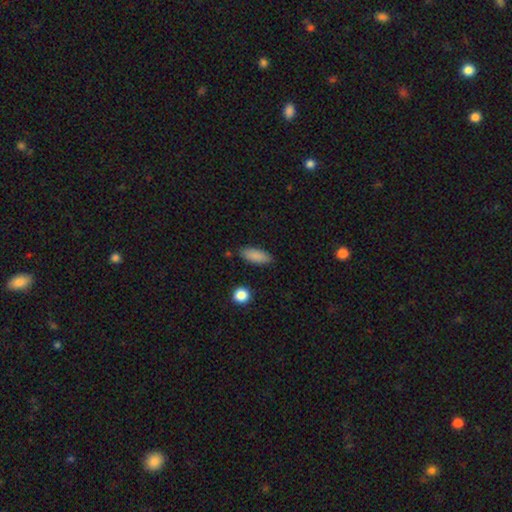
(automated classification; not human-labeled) smooth_or_featured: smooth (p=0.87) [alt: star or artifact p=0.07]
how_rounded: in between (p=0.77) [alt: cigar-shaped p=0.20]
merging: none (p=0.84) [alt: minor disturbance p=0.12]